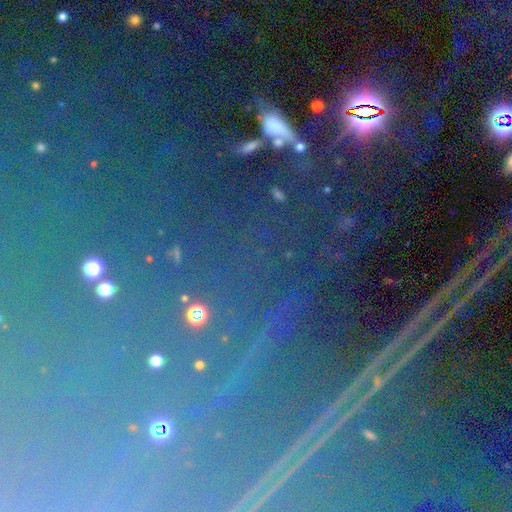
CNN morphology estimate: Smooth or featured? star or artifact (80%)